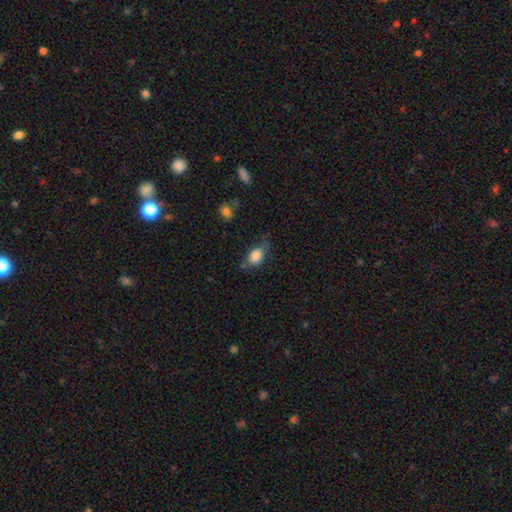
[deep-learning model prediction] Overall: smooth (83%). How rounded: in between (71%). Merging: none (53%; minor disturbance 32%).